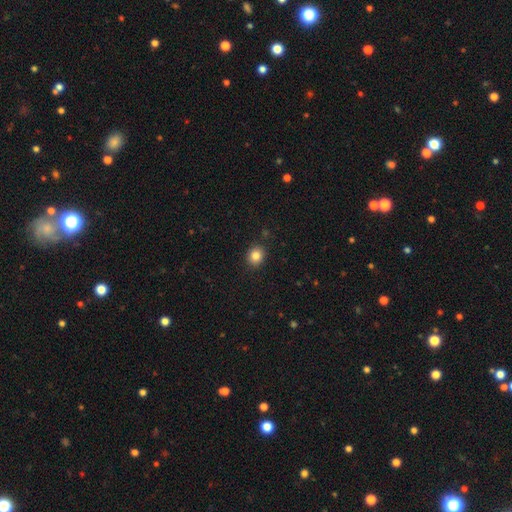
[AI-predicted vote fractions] smooth_or_featured: smooth (p=0.84) [alt: star or artifact p=0.10]
how_rounded: round (p=0.71) [alt: in between p=0.29]
merging: none (p=0.90) [alt: minor disturbance p=0.07]